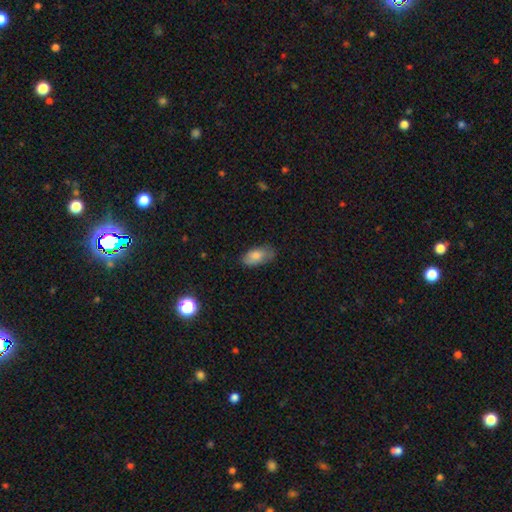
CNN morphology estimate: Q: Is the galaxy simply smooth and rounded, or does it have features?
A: smooth — 76%.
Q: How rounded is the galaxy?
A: in between — 92%.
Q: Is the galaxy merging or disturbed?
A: none — 73%.